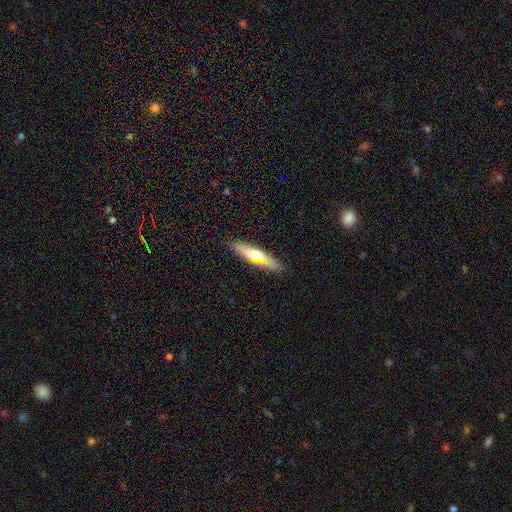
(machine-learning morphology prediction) This is possibly a smooth galaxy (50%). Merging: clearly none (85%).